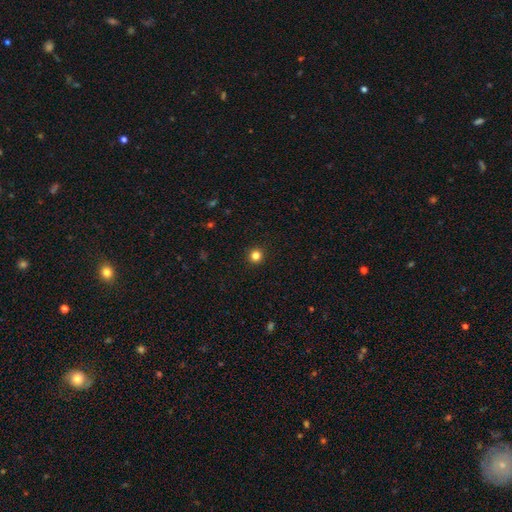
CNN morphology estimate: smooth_or_featured: smooth (p=0.83) [alt: star or artifact p=0.13]
how_rounded: round (p=0.95) [alt: in between p=0.04]
merging: none (p=0.94) [alt: minor disturbance p=0.04]